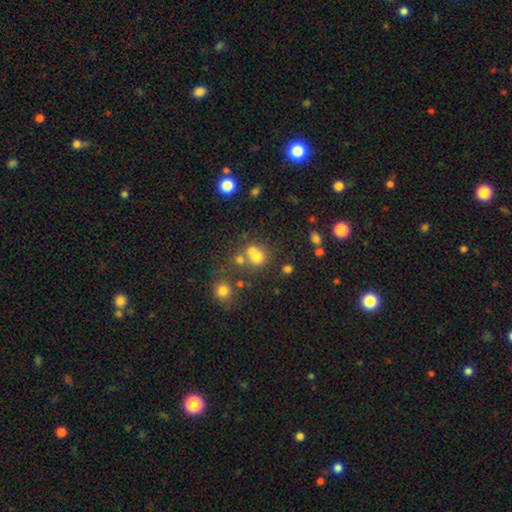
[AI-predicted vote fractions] Morphology: type=smooth (66%); roundness=round (80%); merging=merger (47%).